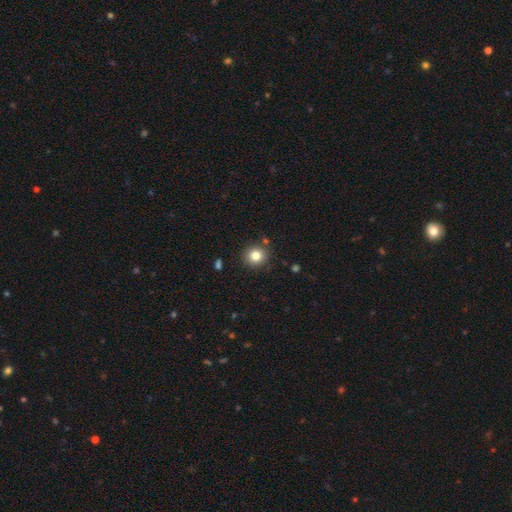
Smooth or featured: smooth — 89% (featured or disk — 8%)
How rounded: round — 88% (in between — 12%)
Merging: none — 81% (minor disturbance — 8%)